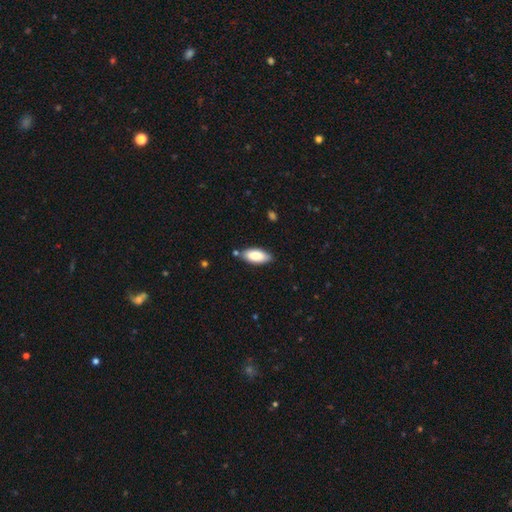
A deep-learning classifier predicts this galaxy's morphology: smooth_or_featured: smooth (p=0.85) [alt: featured or disk p=0.09]
how_rounded: in between (p=0.87) [alt: cigar-shaped p=0.11]
merging: none (p=0.81) [alt: minor disturbance p=0.14]